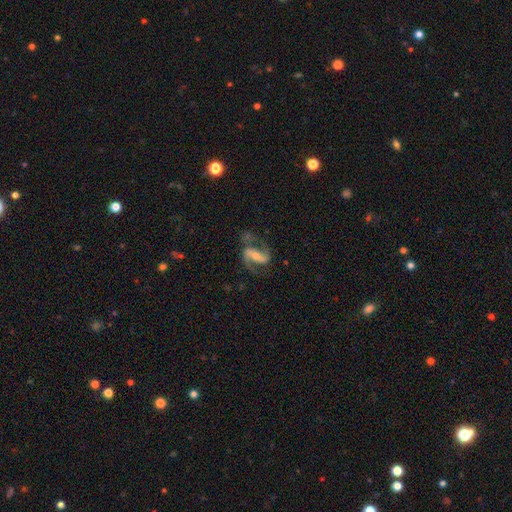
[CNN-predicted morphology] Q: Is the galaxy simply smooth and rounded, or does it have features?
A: featured or disk — 87%.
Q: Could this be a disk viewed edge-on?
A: no — 96%.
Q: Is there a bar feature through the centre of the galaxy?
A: strong — 57%.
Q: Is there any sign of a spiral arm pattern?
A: yes — 95%.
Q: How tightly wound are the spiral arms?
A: medium — 52%.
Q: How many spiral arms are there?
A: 2 — 92%.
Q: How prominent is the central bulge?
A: small — 47%.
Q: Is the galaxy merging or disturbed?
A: none — 67%.